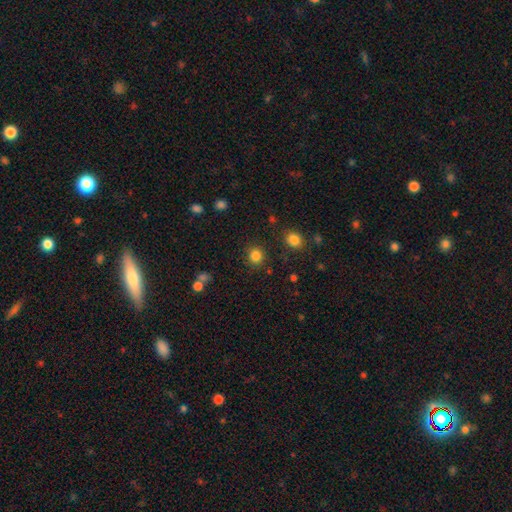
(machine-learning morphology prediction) Smooth or featured: smooth — 84% (star or artifact — 12%)
How rounded: round — 87% (in between — 12%)
Merging: none — 88% (minor disturbance — 7%)